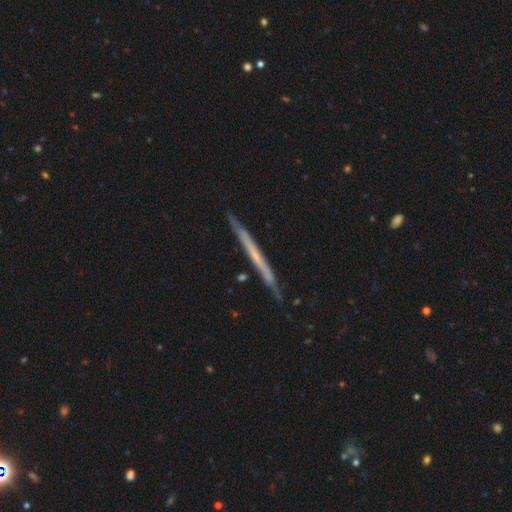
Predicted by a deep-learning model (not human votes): A featured or disk galaxy (60%) viewed edge-on (97%) with no central bulge (87%).

Vote fractions:
- Smooth or featured? featured or disk: 60% / smooth: 34% / star or artifact: 6%
- Edge-on disk? yes: 97% / no: 3%
- Edge-on bulge? none: 87% / rounded: 9% / boxy: 3%
- Merging? none: 88% / minor disturbance: 9% / merger: 1% / major disturbance: 1%